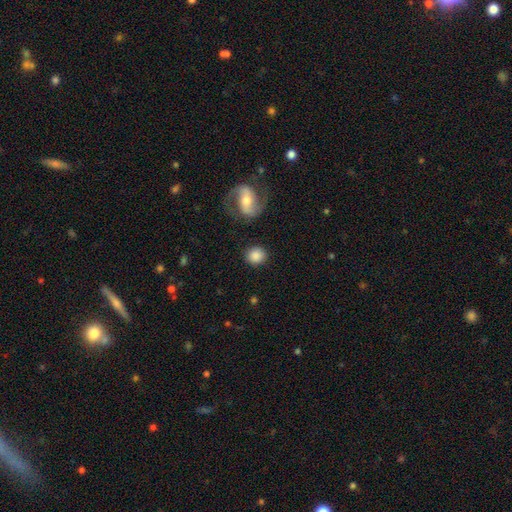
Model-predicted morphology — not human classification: The model was most divided on "how rounded": round: 82%, in between: 16%, cigar-shaped: 1%. More confident: merging — none (84%); smooth or featured — smooth (83%).